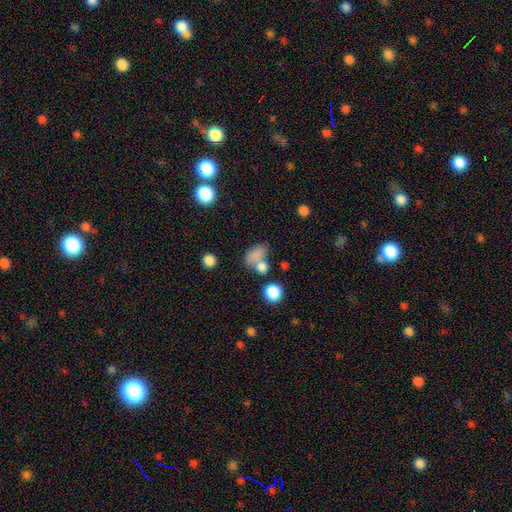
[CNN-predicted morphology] A smooth galaxy with no disk features (78%) that is in between round and cigar-shaped (76%). Merging: none (44%).